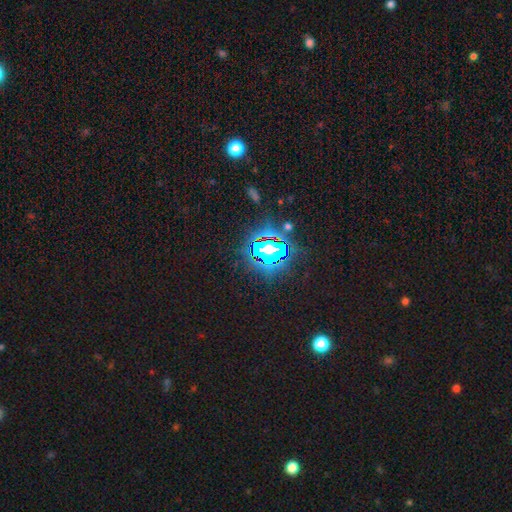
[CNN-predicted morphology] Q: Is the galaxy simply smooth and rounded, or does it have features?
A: star or artifact — 84%.